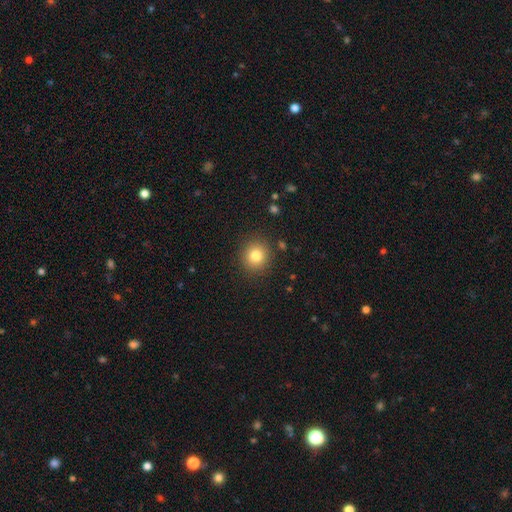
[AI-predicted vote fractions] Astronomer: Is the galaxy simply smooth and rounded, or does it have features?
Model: smooth — 81%.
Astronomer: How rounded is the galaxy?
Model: round — 90%.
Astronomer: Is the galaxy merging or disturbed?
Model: none — 89%.